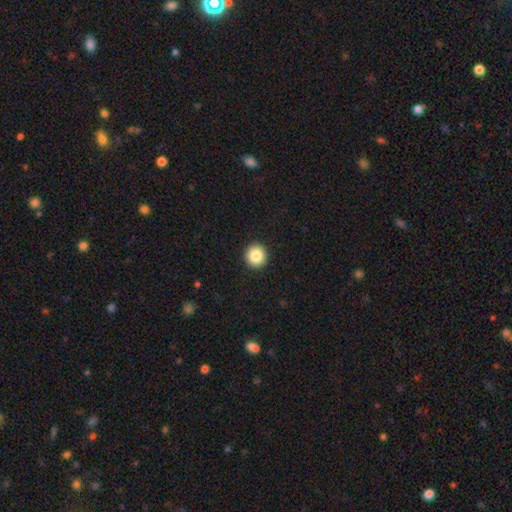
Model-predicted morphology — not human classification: smooth_or_featured: smooth (p=0.86) [alt: star or artifact p=0.09]
how_rounded: round (p=0.95) [alt: in between p=0.04]
merging: none (p=0.93) [alt: minor disturbance p=0.04]